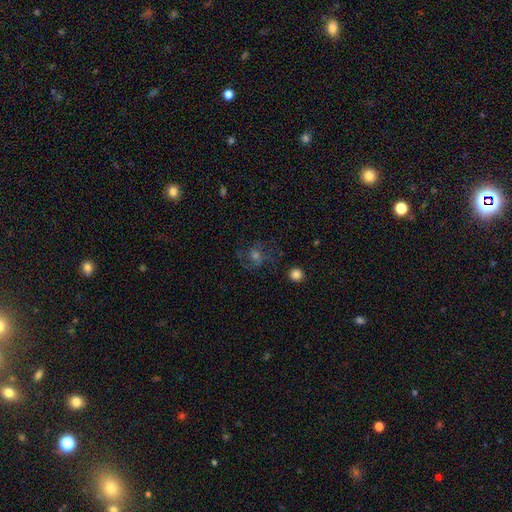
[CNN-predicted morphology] A featured or disk galaxy (54%) with no bar (61%), spiral arms (83%) and a moderate central bulge (49%).

Vote fractions:
- Smooth or featured? featured or disk: 54% / star or artifact: 23% / smooth: 23%
- Edge-on disk? no: 96% / yes: 4%
- Bar? no: 61% / weak: 32% / strong: 7%
- Spiral arms? yes: 83% / no: 17%
- Bulge size? moderate: 49% / small: 36% / large: 8% / none: 6% / dominant: 2%
- Merging? none: 71% / minor disturbance: 15% / major disturbance: 12% / merger: 2%